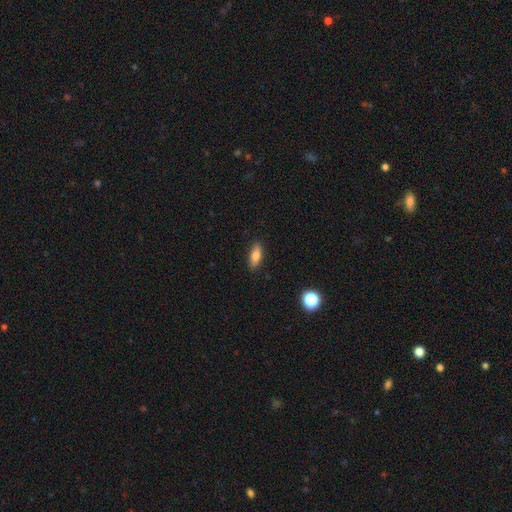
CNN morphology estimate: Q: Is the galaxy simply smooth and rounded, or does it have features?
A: smooth — 77%.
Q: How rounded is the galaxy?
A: in between — 69%.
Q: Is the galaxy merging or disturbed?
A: none — 89%.